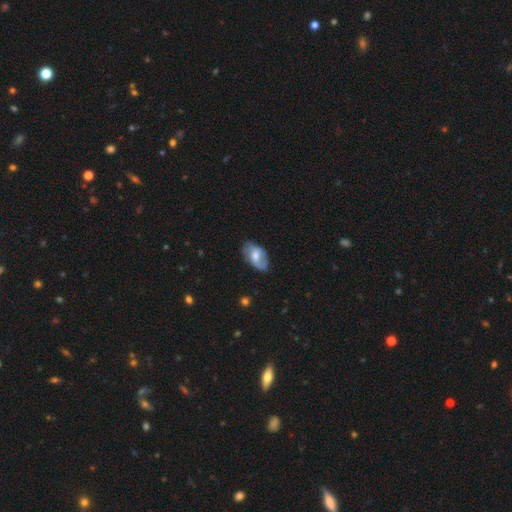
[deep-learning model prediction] The model was most divided on "smooth or featured": featured or disk: 49%, smooth: 44%, star or artifact: 6%. More confident: merging — none (70%).